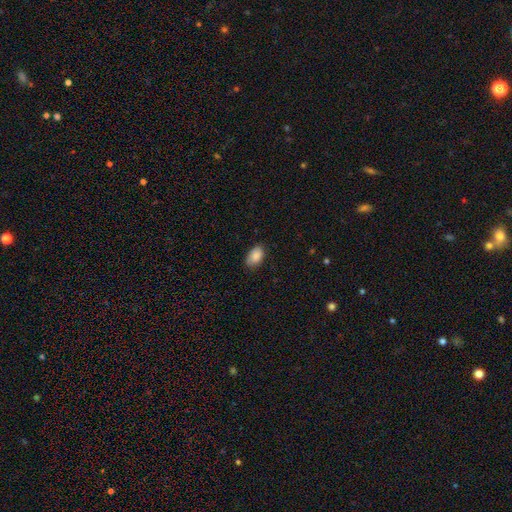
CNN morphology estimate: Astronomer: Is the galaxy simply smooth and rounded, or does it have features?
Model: smooth — 88%.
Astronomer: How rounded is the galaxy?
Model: in between — 91%.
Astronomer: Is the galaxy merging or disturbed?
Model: none — 78%.